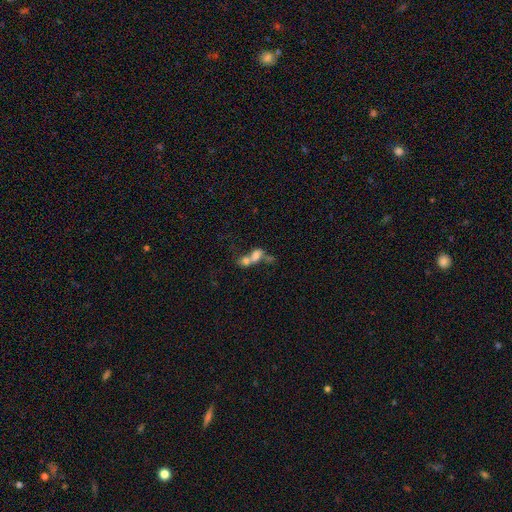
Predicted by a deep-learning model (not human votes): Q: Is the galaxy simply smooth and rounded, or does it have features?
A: smooth — 60%.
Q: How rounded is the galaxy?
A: in between — 66%.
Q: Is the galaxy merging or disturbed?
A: merger — 74%.